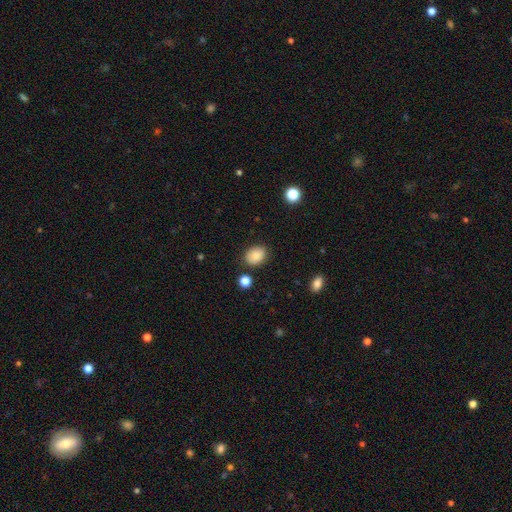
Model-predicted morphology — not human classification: Smooth or featured? smooth (85%)
How rounded? in between (69%)
Merging? none (83%)